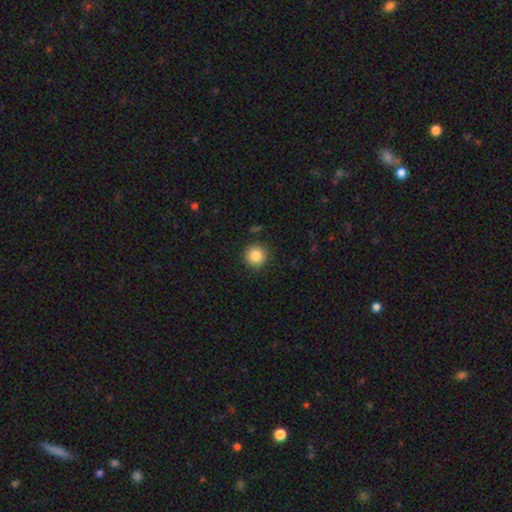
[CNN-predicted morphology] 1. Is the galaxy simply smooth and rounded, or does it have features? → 85% smooth, 9% star or artifact, 5% featured or disk.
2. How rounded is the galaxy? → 95% round, 4% in between, 1% cigar-shaped.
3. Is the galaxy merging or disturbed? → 90% none, 7% minor disturbance, 2% major disturbance, 1% merger.